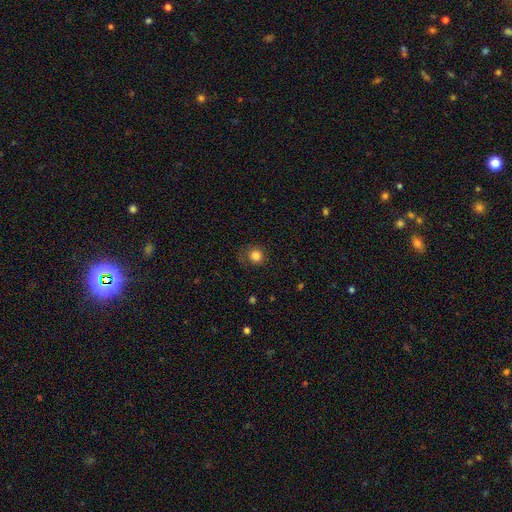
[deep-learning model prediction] smooth-or-featured: smooth: 82% | star or artifact: 12% | featured or disk: 6%
  how-rounded: round: 88% | in between: 11% | cigar-shaped: 1%
  merging: none: 72% | minor disturbance: 17% | major disturbance: 9% | merger: 1%